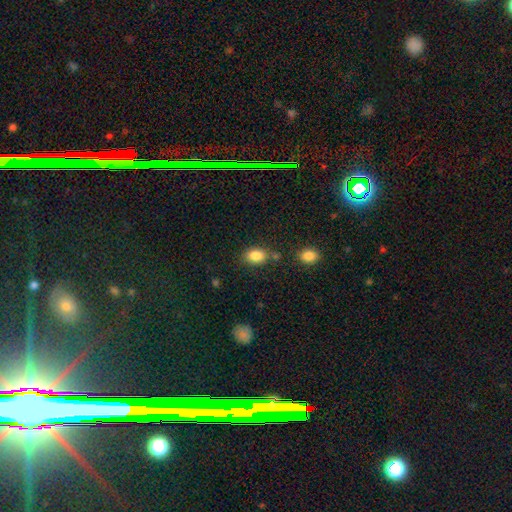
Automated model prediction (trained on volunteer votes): This appears to be a smooth galaxy with no disk features (86%) that is in between round and cigar-shaped (79%). Merging: none (72%).